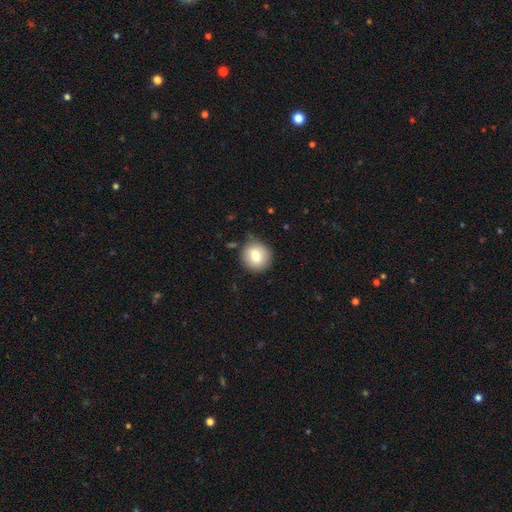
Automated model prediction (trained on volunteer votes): Morphology: type=smooth (79%); roundness=round (91%); merging=none (84%).